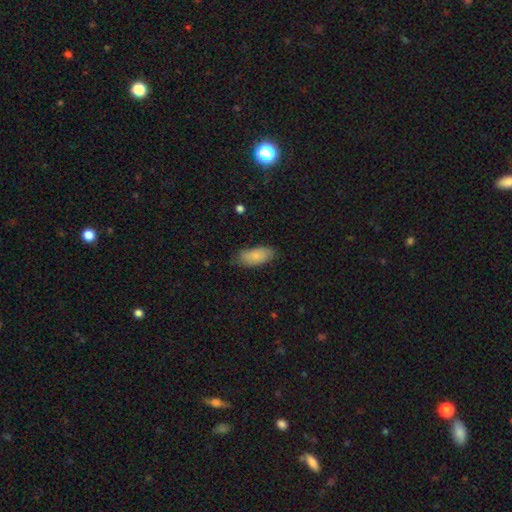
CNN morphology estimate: smooth 85%, featured or disk 9%, star or artifact 6%. Down the decision tree: how rounded — in between (89%); merging — none (73%).